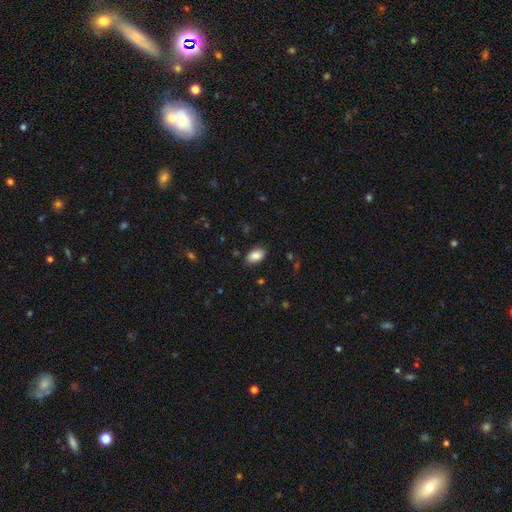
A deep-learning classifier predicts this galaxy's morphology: smooth-or-featured: smooth: 87% | star or artifact: 7% | featured or disk: 6%
  how-rounded: in between: 93% | round: 5% | cigar-shaped: 2%
  merging: none: 85% | minor disturbance: 11% | major disturbance: 3% | merger: 1%